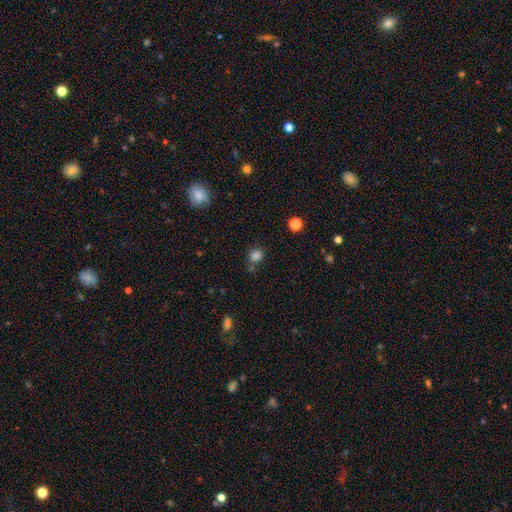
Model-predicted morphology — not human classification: A smooth galaxy with no disk features (79%) that is round (55%).

Vote fractions:
- Smooth or featured? smooth: 79% / star or artifact: 15% / featured or disk: 5%
- How rounded? round: 55% / in between: 43% / cigar-shaped: 1%
- Merging? none: 62% / minor disturbance: 18% / merger: 13% / major disturbance: 6%